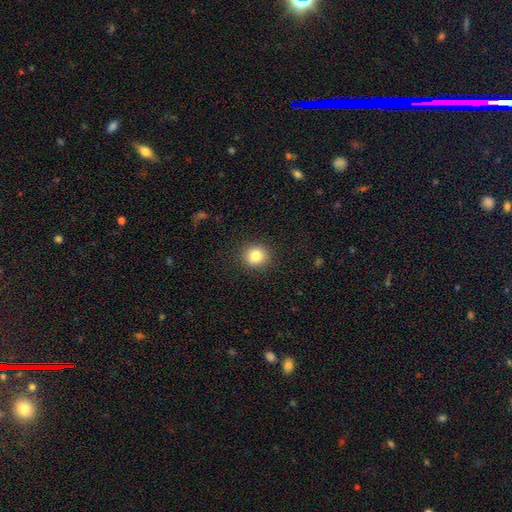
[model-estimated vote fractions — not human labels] A smooth galaxy with no disk features (82%) that is round (88%). Merging: none (90%).